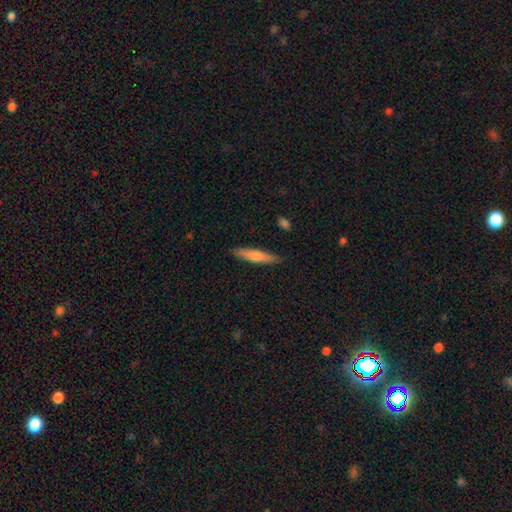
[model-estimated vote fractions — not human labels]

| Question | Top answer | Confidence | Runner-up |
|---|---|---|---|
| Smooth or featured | smooth | 70% | featured or disk (25%) |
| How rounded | cigar-shaped | 87% | in between (12%) |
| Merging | none | 86% | minor disturbance (11%) |